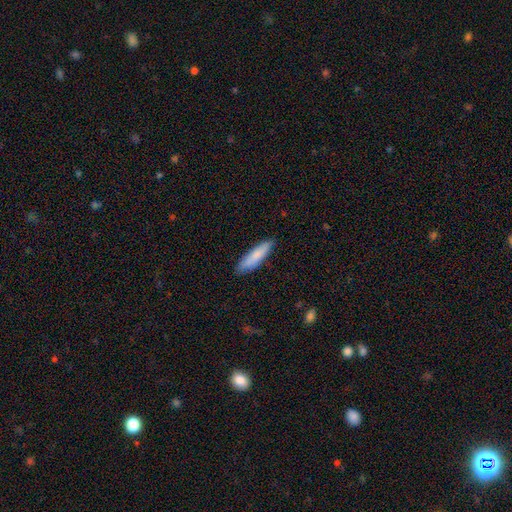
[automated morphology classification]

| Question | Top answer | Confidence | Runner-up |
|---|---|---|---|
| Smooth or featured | smooth | 83% | featured or disk (12%) |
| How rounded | cigar-shaped | 71% | in between (28%) |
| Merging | none | 86% | minor disturbance (11%) |